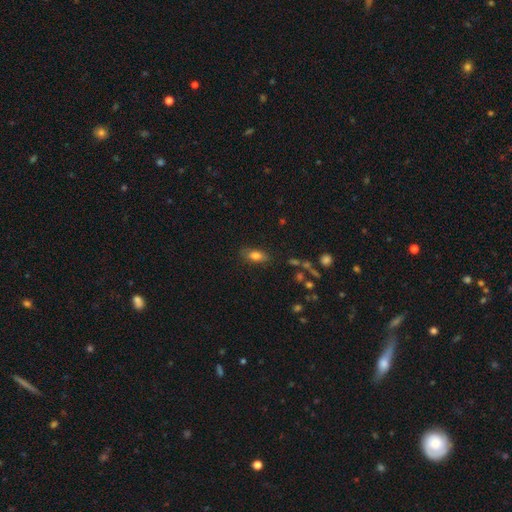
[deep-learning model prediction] Smooth or featured? smooth (80%)
How rounded? in between (85%)
Merging? none (80%)